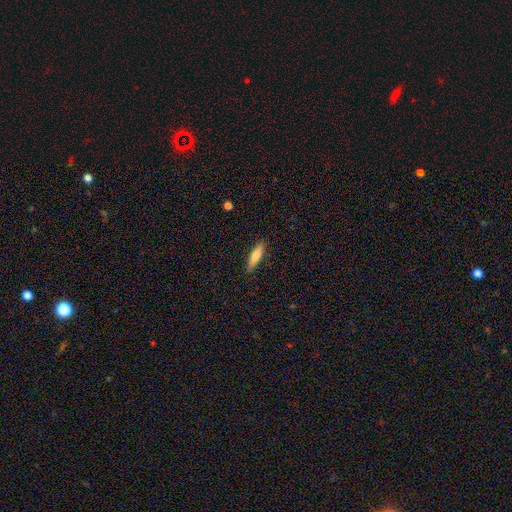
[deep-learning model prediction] Overall: smooth (71%). How rounded: cigar-shaped (74%). Merging: none (88%).